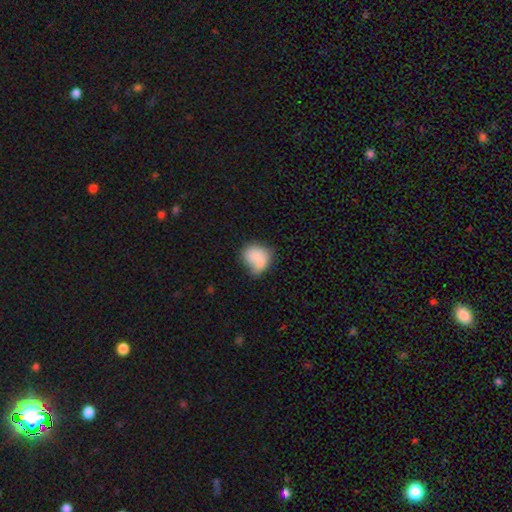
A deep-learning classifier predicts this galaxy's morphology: This is likely a smooth galaxy (77%). How rounded: possibly round (54%). Merging: marginally merger (35%).